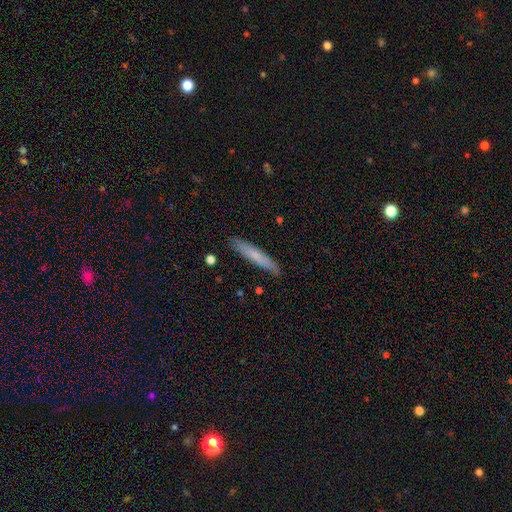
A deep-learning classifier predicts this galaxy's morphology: Q: Smooth or featured?
A: smooth (67%); runner-up: featured or disk (27%)
Q: How rounded?
A: cigar-shaped (93%); runner-up: in between (6%)
Q: Merging?
A: none (89%); runner-up: minor disturbance (8%)